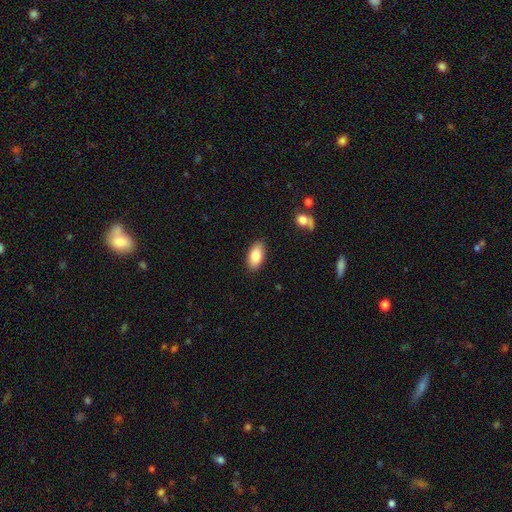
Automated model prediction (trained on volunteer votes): smooth 84%, featured or disk 9%, star or artifact 7%. Down the decision tree: how rounded — in between (93%); merging — none (87%).